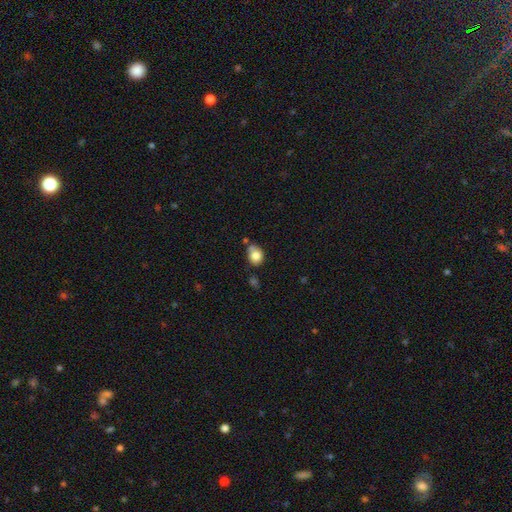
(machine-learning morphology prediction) The model was most divided on "how rounded": round: 56%, in between: 43%, cigar-shaped: 1%. More confident: smooth or featured — smooth (80%); merging — none (54%).